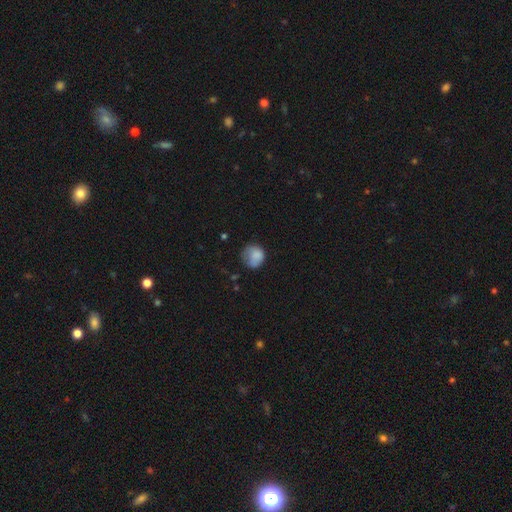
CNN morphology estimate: The model was most divided on "merging": none: 47%, minor disturbance: 34%, major disturbance: 17%, merger: 3%. More confident: smooth or featured — smooth (81%); how rounded — round (77%).